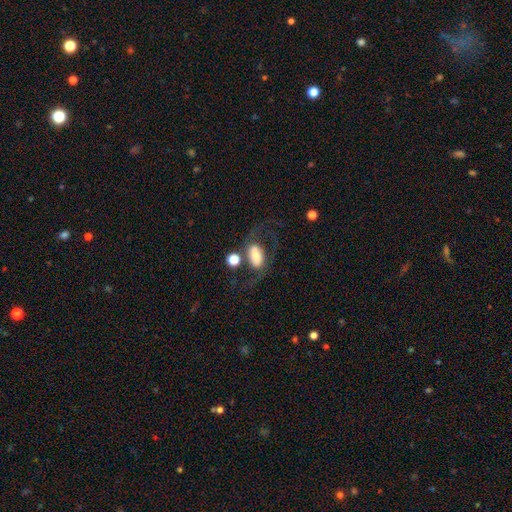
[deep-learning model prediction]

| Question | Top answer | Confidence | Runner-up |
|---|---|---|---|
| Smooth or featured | smooth | 47% | featured or disk (43%) |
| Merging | none | 39% | major disturbance (26%) |